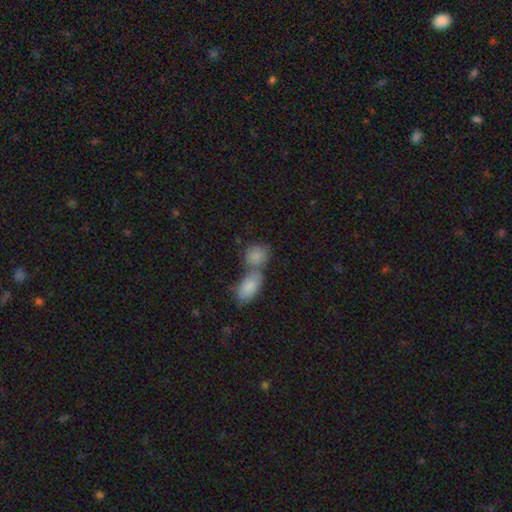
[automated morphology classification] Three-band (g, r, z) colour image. It shows a smooth galaxy with no disk features (86%) that is in between round and cigar-shaped (65%). Merging: merger (57%).